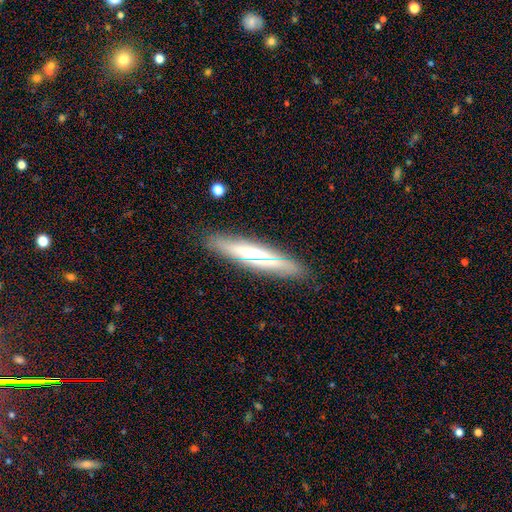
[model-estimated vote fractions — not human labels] smooth_or_featured: featured or disk (p=0.61) [alt: smooth p=0.33]
disk_edge_on: yes (p=0.82) [alt: no p=0.18]
merging: none (p=0.87) [alt: minor disturbance p=0.10]